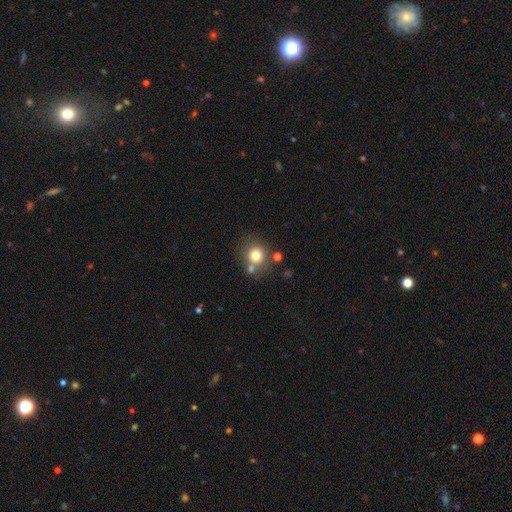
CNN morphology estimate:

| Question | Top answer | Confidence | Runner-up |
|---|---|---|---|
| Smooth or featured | smooth | 76% | star or artifact (12%) |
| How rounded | round | 83% | in between (16%) |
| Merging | none | 65% | merger (19%) |